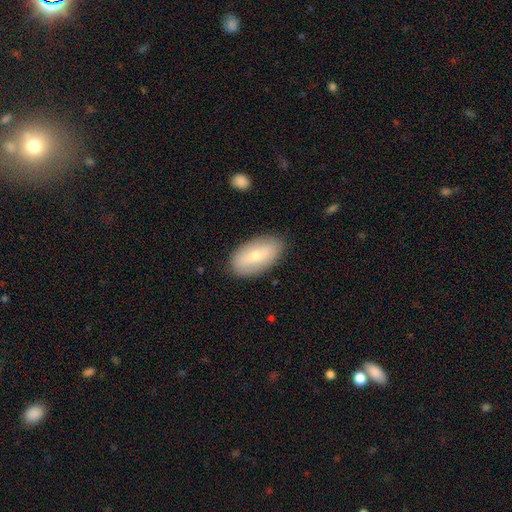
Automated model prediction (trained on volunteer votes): Overall: smooth (64%; featured or disk 30%). How rounded: in between (93%). Merging: none (85%).